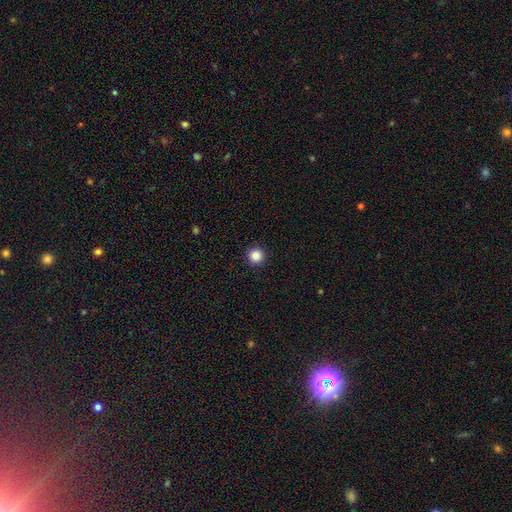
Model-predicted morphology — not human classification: This appears to be a smooth galaxy with no disk features (86%) that is round (96%). Merging: none (93%).